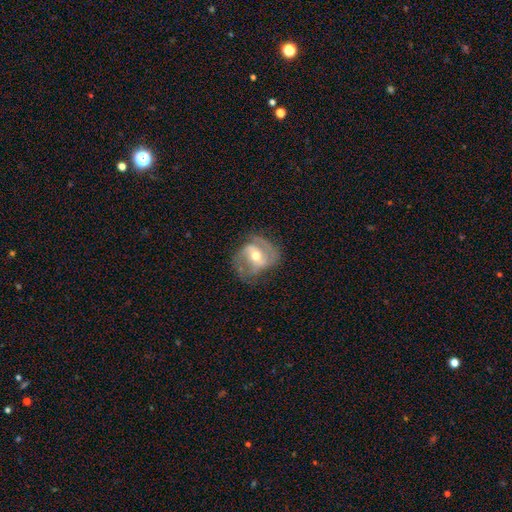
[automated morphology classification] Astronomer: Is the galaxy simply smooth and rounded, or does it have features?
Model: featured or disk — 82%.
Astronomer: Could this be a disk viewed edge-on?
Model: no — 97%.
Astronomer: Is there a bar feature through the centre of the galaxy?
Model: weak — 42% (runner-up: no, 30%).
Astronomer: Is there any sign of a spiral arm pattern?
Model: yes — 92%.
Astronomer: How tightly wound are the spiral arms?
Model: medium — 50% (runner-up: tight, 29%).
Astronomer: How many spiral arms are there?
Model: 2 — 77%.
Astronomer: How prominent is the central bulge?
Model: moderate — 70%.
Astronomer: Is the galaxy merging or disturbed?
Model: none — 63%.